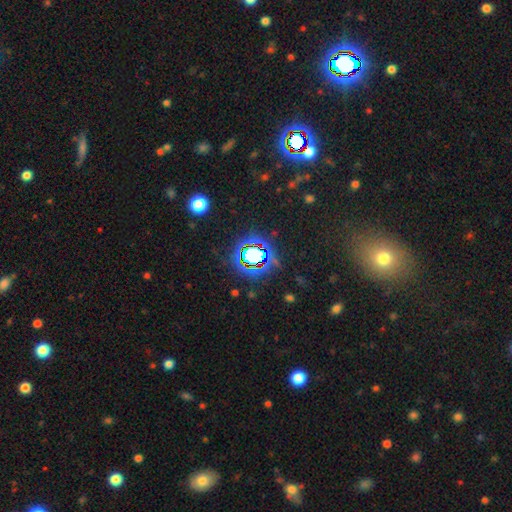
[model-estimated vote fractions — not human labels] star or artifact 74%, smooth 15%, featured or disk 11%.